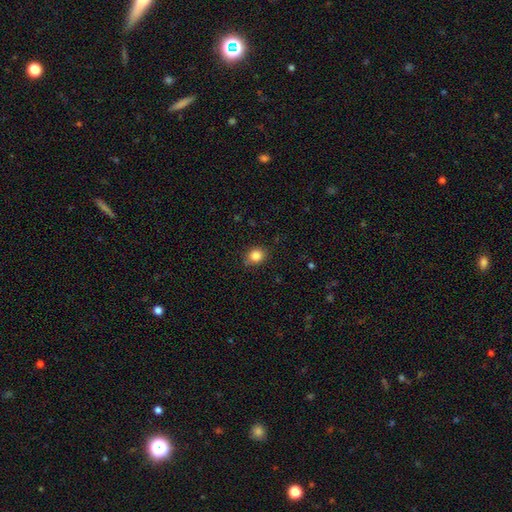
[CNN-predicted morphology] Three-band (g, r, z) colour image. It shows a smooth galaxy with no disk features (85%) that is round (64%). Merging: none (81%).